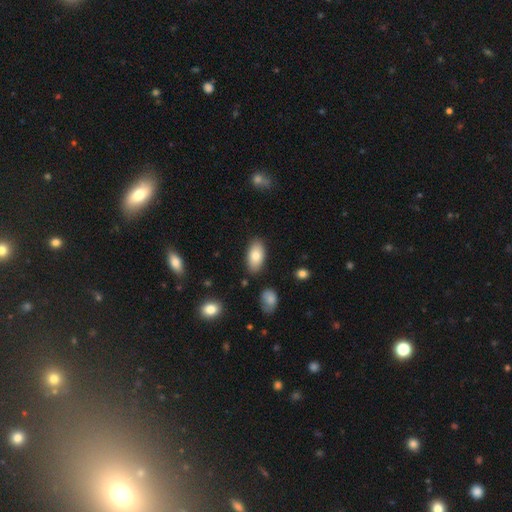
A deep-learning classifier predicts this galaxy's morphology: This is clearly a smooth galaxy (80%). How rounded: clearly in between (94%). Merging: clearly none (84%).